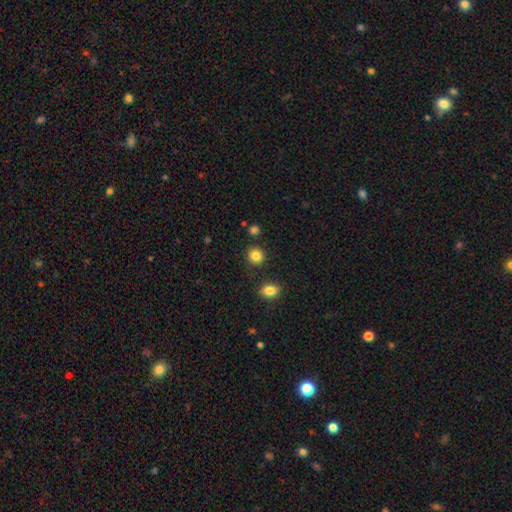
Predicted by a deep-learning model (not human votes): Overall: smooth (85%). How rounded: round (87%). Merging: none (88%).